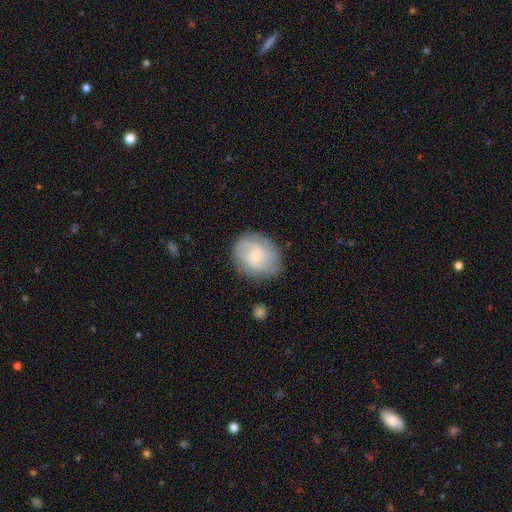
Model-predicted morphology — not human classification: This appears to be a featured or disk galaxy (62%) with no bar (69%), tight (52%) spiral arms (88%) and a small central bulge (75%). Merging: none (76%).